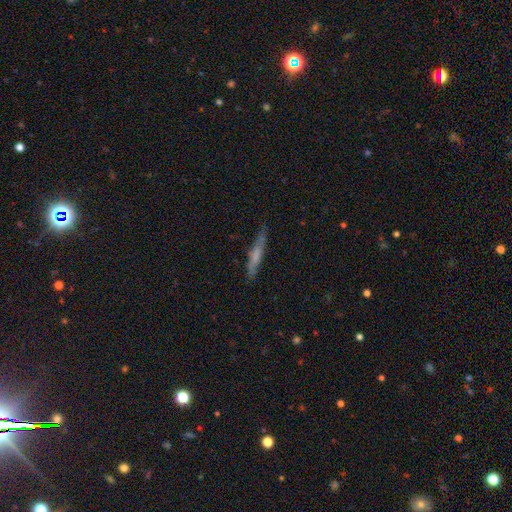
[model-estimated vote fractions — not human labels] Smooth or featured?
  - smooth: 52% *
  - featured or disk: 41%
  - star or artifact: 7%
How rounded?
  - cigar-shaped: 92% *
  - in between: 6%
  - round: 2%
Merging?
  - none: 82% *
  - minor disturbance: 14%
  - major disturbance: 3%
  - merger: 2%